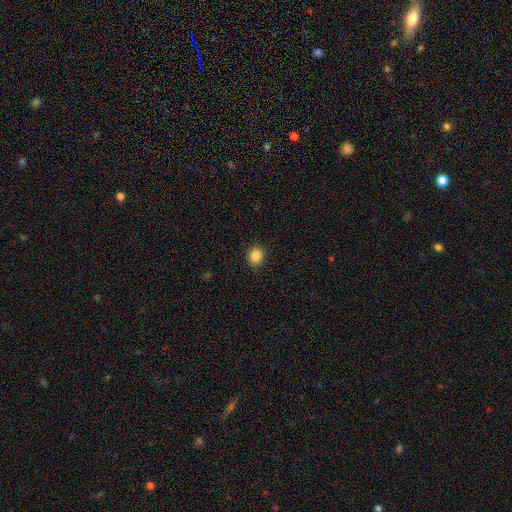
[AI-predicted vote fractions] This is clearly a smooth galaxy (87%). How rounded: likely round (69%). Merging: clearly none (88%).